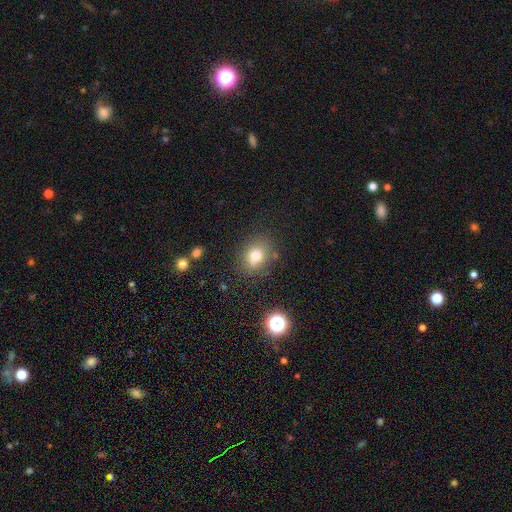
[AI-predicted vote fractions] Overall: smooth (75%). How rounded: round (51%; in between 47%). Merging: none (77%).